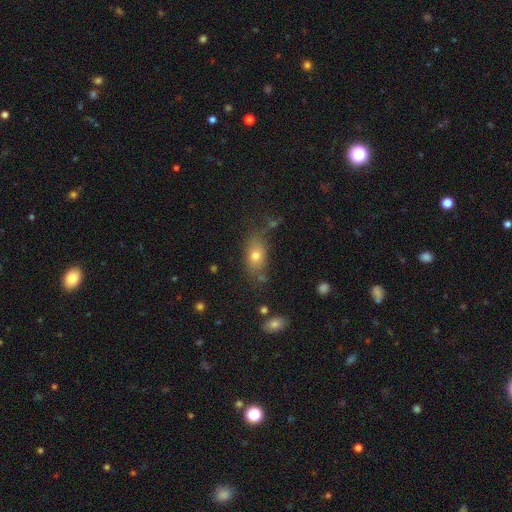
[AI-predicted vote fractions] A smooth galaxy with no disk features (73%) that is in between round and cigar-shaped (80%).

Vote fractions:
- Smooth or featured? smooth: 73% / featured or disk: 15% / star or artifact: 12%
- How rounded? in between: 80% / round: 13% / cigar-shaped: 7%
- Merging? none: 70% / minor disturbance: 18% / major disturbance: 7% / merger: 5%